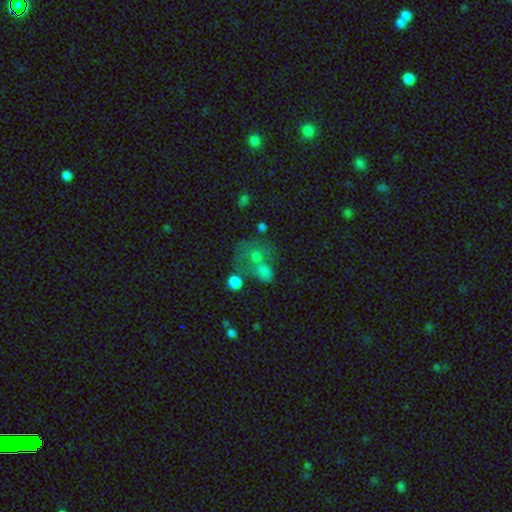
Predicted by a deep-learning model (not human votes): Overall: smooth (41%; star or artifact 32%). Merging: merger (35%; none 33%).